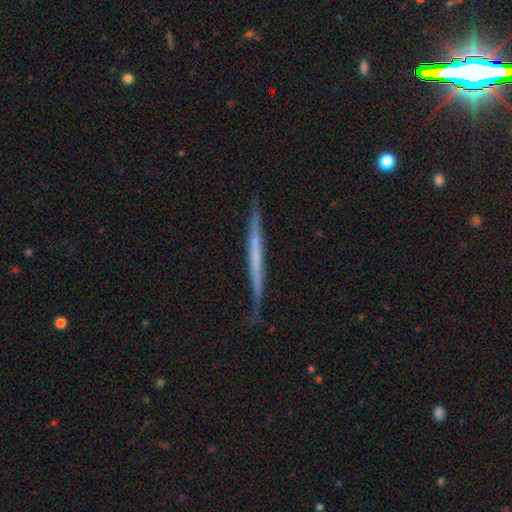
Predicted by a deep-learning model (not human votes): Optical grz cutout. It shows a featured or disk galaxy (60%) viewed edge-on (96%) with no central bulge (88%). Merging: none (79%).